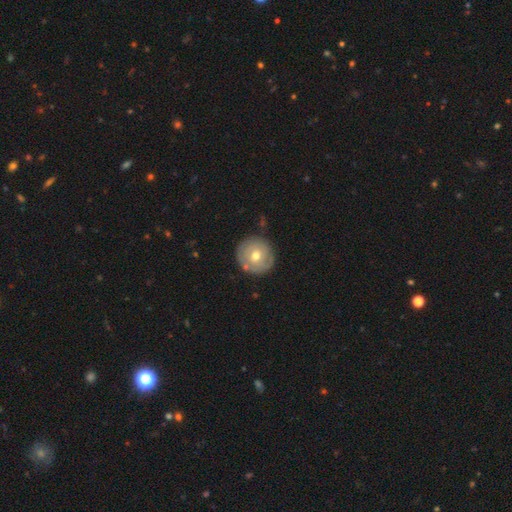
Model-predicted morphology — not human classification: This is possibly a smooth galaxy (57%). How rounded: clearly round (94%). Merging: clearly none (81%).